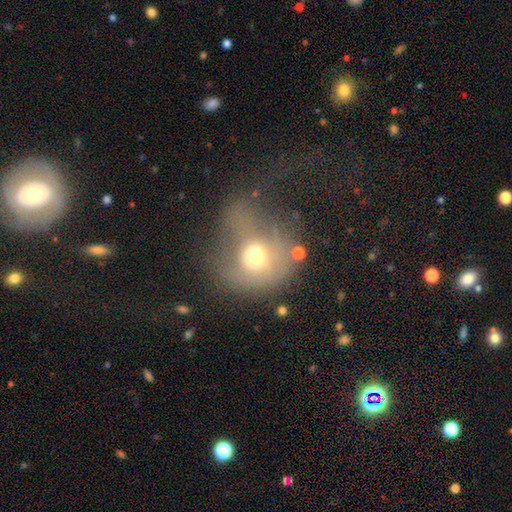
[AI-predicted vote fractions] The model was most divided on "merging": major disturbance: 46%, none: 25%, minor disturbance: 21%, merger: 8%. More confident: how rounded — round (71%); smooth or featured — smooth (56%).